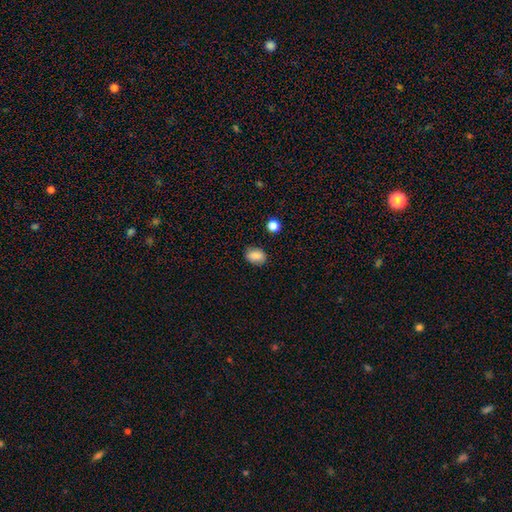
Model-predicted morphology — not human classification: smooth_or_featured: smooth (p=0.86) [alt: star or artifact p=0.09]
how_rounded: in between (p=0.72) [alt: round p=0.27]
merging: none (p=0.84) [alt: minor disturbance p=0.11]